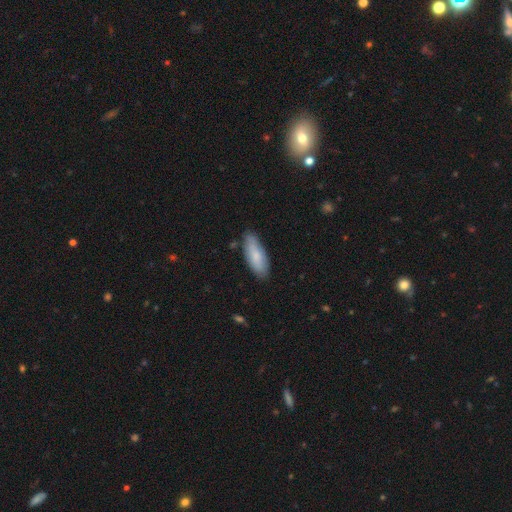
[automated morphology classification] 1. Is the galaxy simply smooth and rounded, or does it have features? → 79% smooth, 15% featured or disk, 6% star or artifact.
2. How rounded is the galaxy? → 69% in between, 29% cigar-shaped, 2% round.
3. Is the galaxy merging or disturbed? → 81% none, 15% minor disturbance, 2% major disturbance, 2% merger.